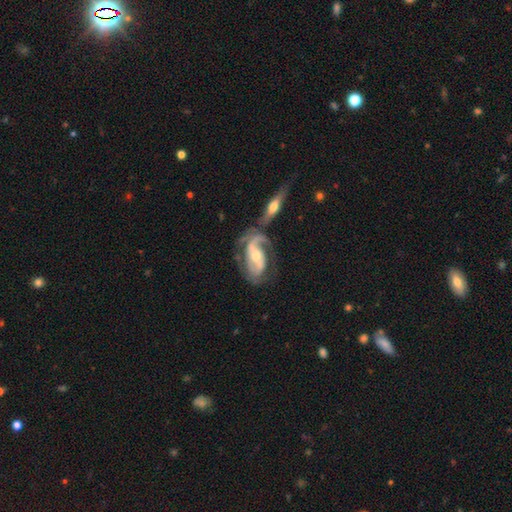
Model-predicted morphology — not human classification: Smooth or featured?
  - featured or disk: 85% *
  - smooth: 9%
  - star or artifact: 5%
Edge-on disk?
  - no: 94% *
  - yes: 6%
Bar?
  - no: 41% *
  - weak: 37%
  - strong: 22%
Spiral arms?
  - yes: 93% *
  - no: 7%
Spiral winding?
  - medium: 44% *
  - tight: 35%
  - loose: 20%
Spiral arm count?
  - 2: 70% *
  - can't tell: 12%
  - 1: 10%
  - 3: 5%
  - 4: 2%
  - more than 4: 1%
Bulge size?
  - moderate: 56% *
  - small: 37%
  - large: 4%
  - none: 2%
  - dominant: 1%
Merging?
  - none: 40% *
  - merger: 24%
  - minor disturbance: 18%
  - major disturbance: 18%